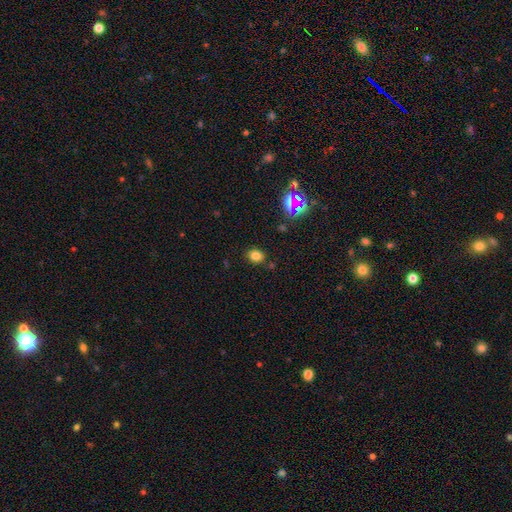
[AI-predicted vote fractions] This appears to be a smooth galaxy with no disk features (76%) that is in between round and cigar-shaped (51%). Merging: none (84%).